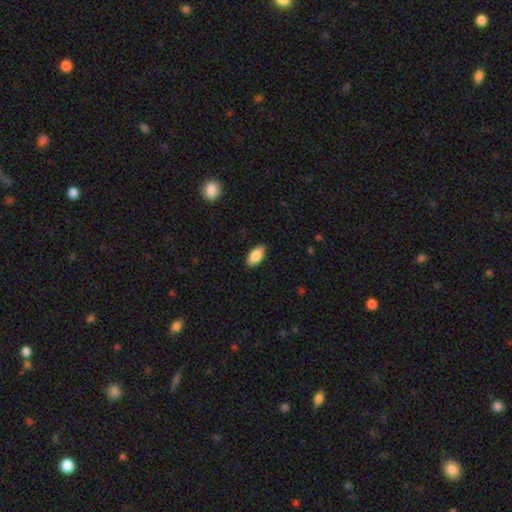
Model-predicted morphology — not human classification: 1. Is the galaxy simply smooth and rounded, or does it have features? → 87% smooth, 7% featured or disk, 6% star or artifact.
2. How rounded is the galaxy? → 92% in between, 5% cigar-shaped, 2% round.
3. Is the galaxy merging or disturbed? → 88% none, 9% minor disturbance, 2% major disturbance, 1% merger.